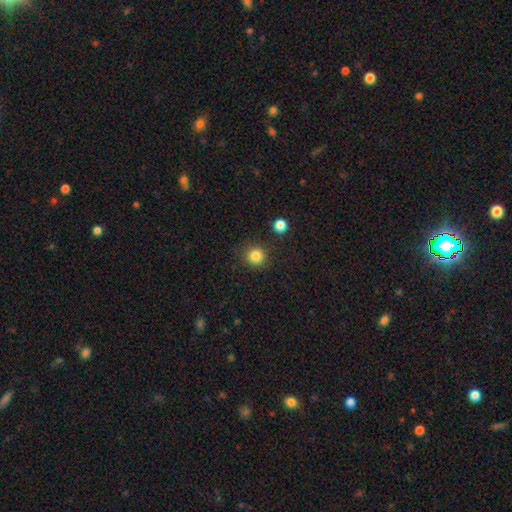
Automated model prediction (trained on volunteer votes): This appears to be a smooth galaxy with no disk features (84%) that is round (91%). Merging: none (87%).